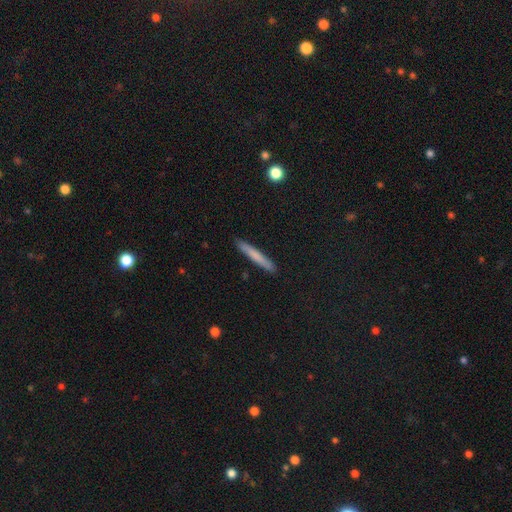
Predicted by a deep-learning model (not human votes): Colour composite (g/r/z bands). It shows a smooth galaxy with no disk features (71%) that is cigar-shaped (96%). Merging: none (91%).